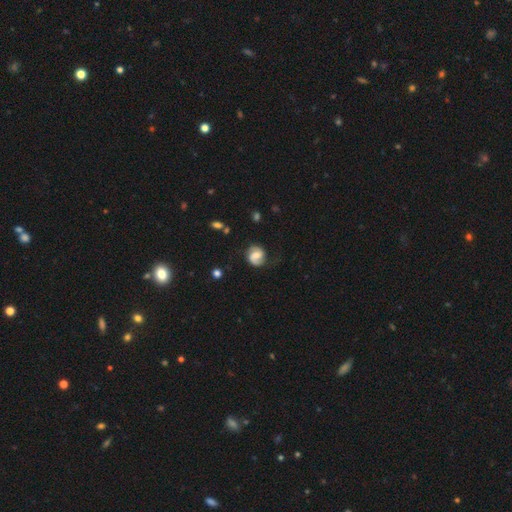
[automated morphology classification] Smooth or featured? Predicted: featured or disk (p=0.62). Edge-on disk? Predicted: no (p=0.98). Bar? Predicted: weak (p=0.46). Spiral arms? Predicted: yes (p=0.90). Spiral winding? Predicted: medium (p=0.45). Spiral arm count? Predicted: 2 (p=0.83). Bulge size? Predicted: moderate (p=0.53). Merging? Predicted: none (p=0.71).